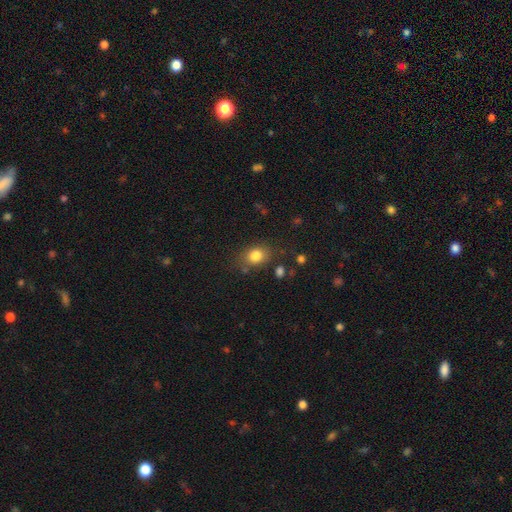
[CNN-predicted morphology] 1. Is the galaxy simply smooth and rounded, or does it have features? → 82% smooth, 11% star or artifact, 8% featured or disk.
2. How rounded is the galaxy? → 56% in between, 42% round, 1% cigar-shaped.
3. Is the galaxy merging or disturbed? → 75% none, 16% minor disturbance, 5% major disturbance, 4% merger.